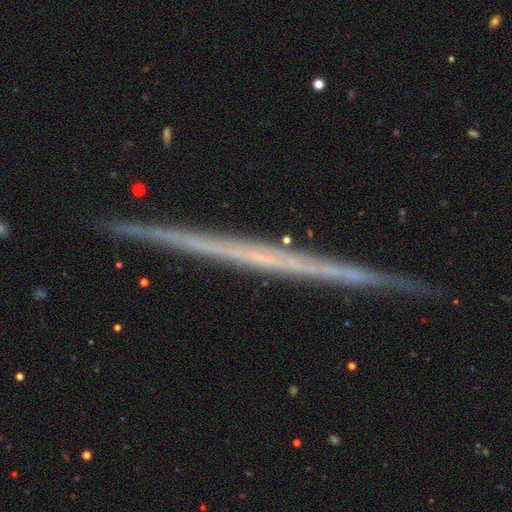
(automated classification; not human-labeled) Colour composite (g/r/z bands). It shows a featured or disk galaxy (73%) viewed edge-on (98%) with no central bulge (92%). Merging: none (91%).